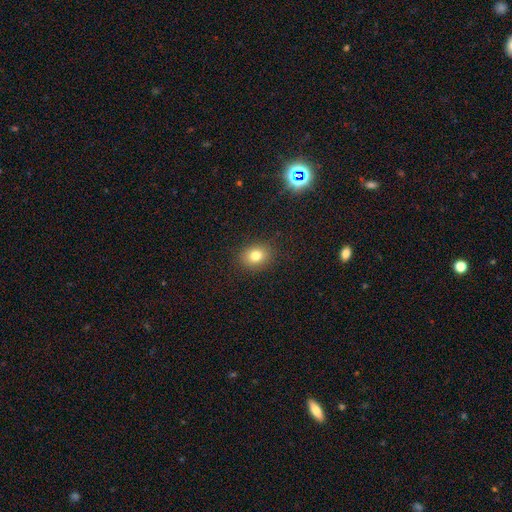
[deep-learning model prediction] Smooth or featured? smooth (79%)
How rounded? round (52%)
Merging? none (88%)